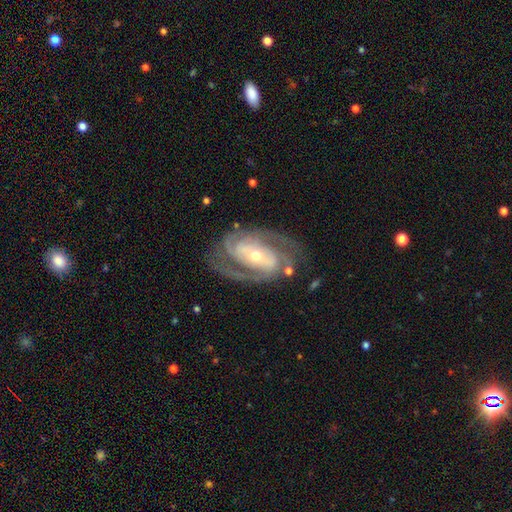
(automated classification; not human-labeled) Smooth or featured?
  - featured or disk: 91% *
  - smooth: 5%
  - star or artifact: 5%
Edge-on disk?
  - no: 97% *
  - yes: 3%
Bar?
  - no: 36% *
  - weak: 34%
  - strong: 30%
Spiral arms?
  - yes: 97% *
  - no: 3%
Spiral winding?
  - tight: 49% *
  - medium: 43%
  - loose: 8%
Spiral arm count?
  - 2: 66% *
  - 3: 18%
  - can't tell: 8%
  - 4: 4%
  - 1: 3%
  - more than 4: 3%
Bulge size?
  - moderate: 56% *
  - small: 38%
  - large: 4%
  - none: 1%
  - dominant: 1%
Merging?
  - none: 74% *
  - minor disturbance: 16%
  - major disturbance: 8%
  - merger: 2%